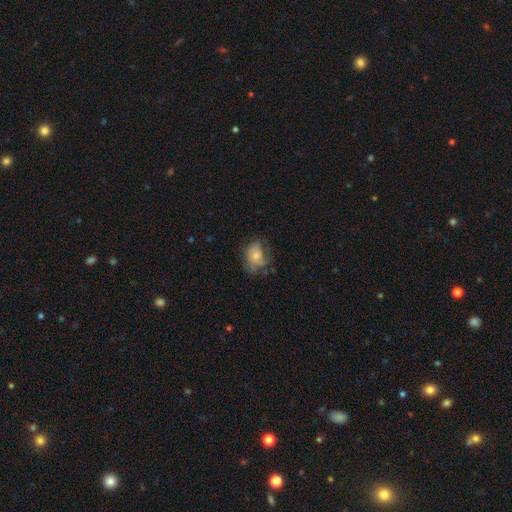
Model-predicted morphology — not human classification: The model was most divided on "merging": none: 50%, minor disturbance: 29%, major disturbance: 19%, merger: 2%. More confident: smooth or featured — smooth (63%); how rounded — in between (62%).